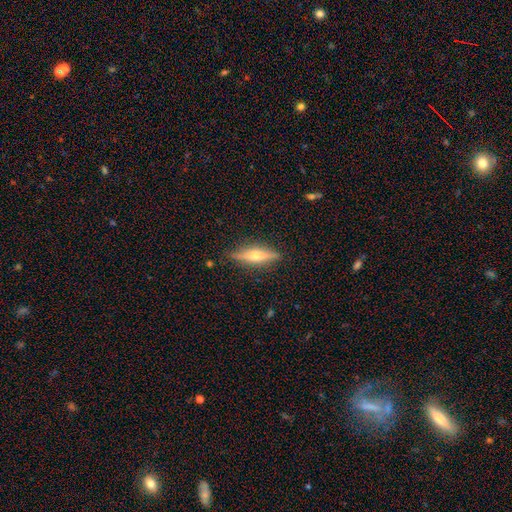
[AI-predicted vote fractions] Overall: featured or disk (64%; smooth 29%). Edge-on disk: yes (95%). Edge-on bulge: rounded (92%). Merging: none (86%).